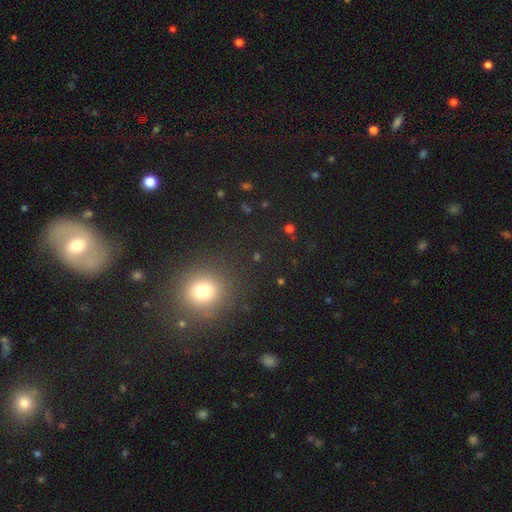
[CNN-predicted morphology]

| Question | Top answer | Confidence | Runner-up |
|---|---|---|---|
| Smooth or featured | smooth | 57% | star or artifact (33%) |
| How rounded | round | 85% | in between (13%) |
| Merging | none | 87% | minor disturbance (7%) |